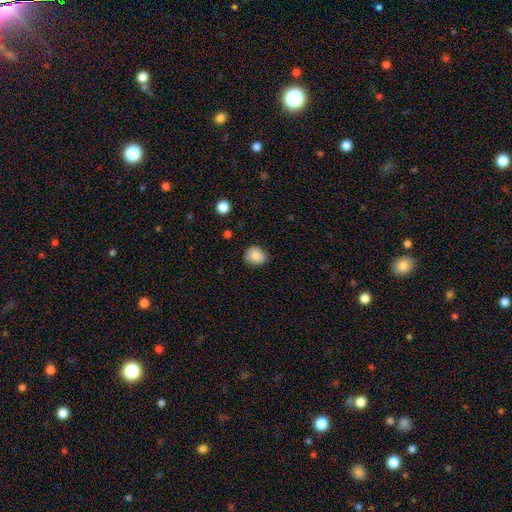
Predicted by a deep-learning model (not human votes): Smooth or featured: smooth — 84% (star or artifact — 9%)
How rounded: round — 64% (in between — 35%)
Merging: none — 74% (minor disturbance — 21%)